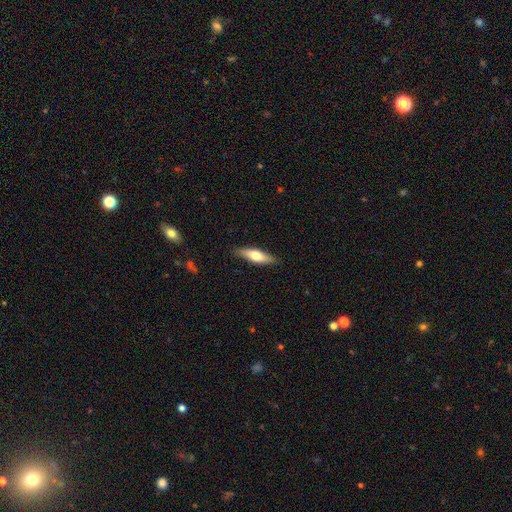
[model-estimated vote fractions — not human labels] A smooth galaxy with no disk features (56%) that is cigar-shaped (60%). Merging: none (86%).